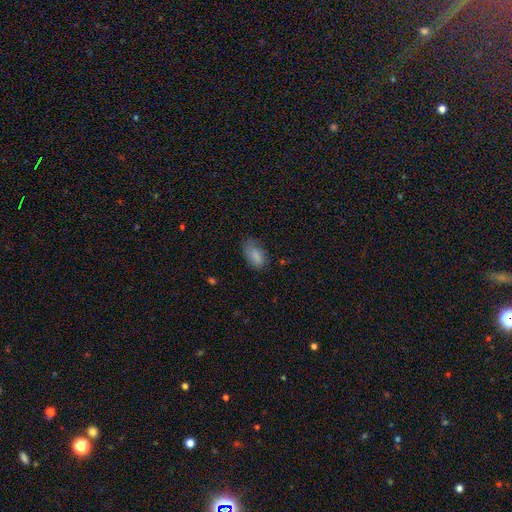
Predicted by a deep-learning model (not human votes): Smooth or featured?
  - smooth: 84% *
  - star or artifact: 8%
  - featured or disk: 8%
How rounded?
  - in between: 91% *
  - cigar-shaped: 5%
  - round: 4%
Merging?
  - none: 62% *
  - minor disturbance: 28%
  - major disturbance: 8%
  - merger: 2%